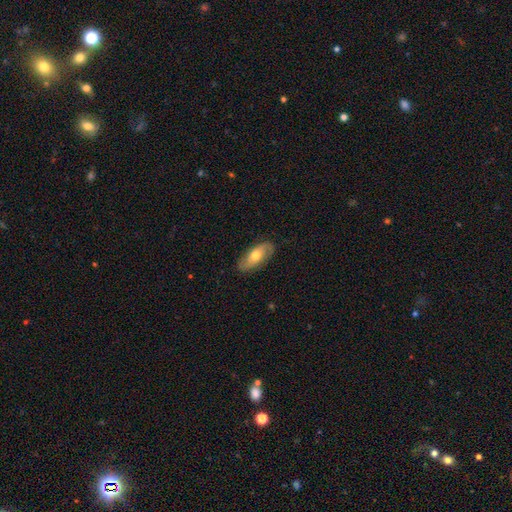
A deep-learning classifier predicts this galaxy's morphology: Smooth or featured?
  - featured or disk: 49% *
  - smooth: 45%
  - star or artifact: 6%
Merging?
  - none: 83% *
  - minor disturbance: 13%
  - major disturbance: 3%
  - merger: 1%